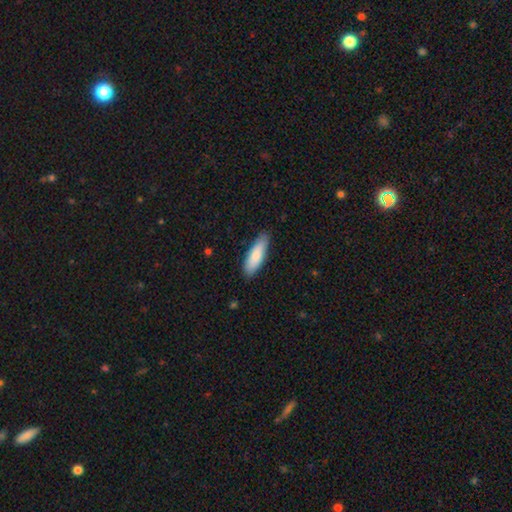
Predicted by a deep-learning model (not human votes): A smooth galaxy with no disk features (85%) that is in between round and cigar-shaped (49%, tied with cigar-shaped).

Vote fractions:
- Smooth or featured? smooth: 85% / featured or disk: 10% / star or artifact: 5%
- How rounded? in between: 49% (tied) / cigar-shaped: 49% (tied) / round: 2%
- Merging? none: 84% / minor disturbance: 13% / major disturbance: 2% / merger: 1%